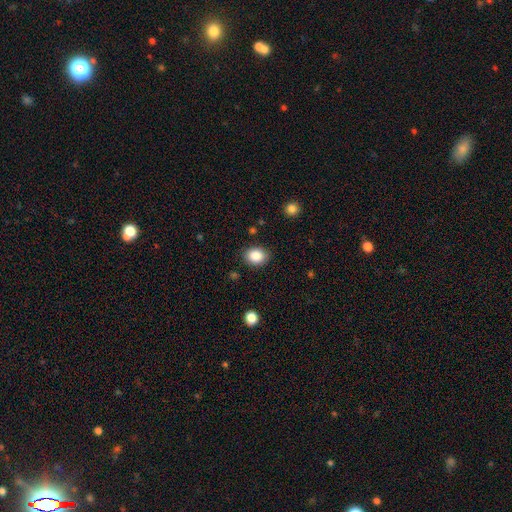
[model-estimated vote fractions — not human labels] smooth-or-featured: smooth: 87% | star or artifact: 9% | featured or disk: 4%
  how-rounded: in between: 54% | round: 45% | cigar-shaped: 1%
  merging: none: 86% | minor disturbance: 10% | major disturbance: 3% | merger: 1%